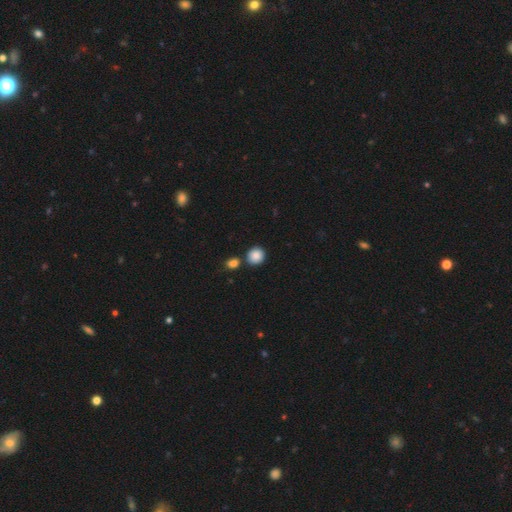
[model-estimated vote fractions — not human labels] Q: Smooth or featured?
A: smooth (88%); runner-up: star or artifact (8%)
Q: How rounded?
A: round (83%); runner-up: in between (16%)
Q: Merging?
A: none (74%); runner-up: merger (13%)